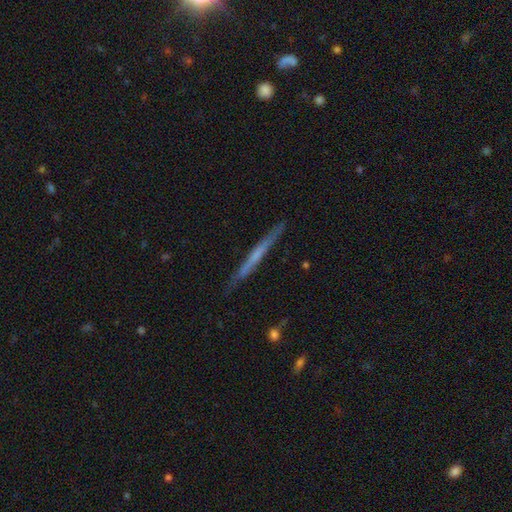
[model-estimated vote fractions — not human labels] Smooth or featured?
  - featured or disk: 56% *
  - smooth: 37%
  - star or artifact: 6%
Edge-on disk?
  - yes: 96% *
  - no: 4%
Edge-on bulge?
  - none: 79% *
  - rounded: 14%
  - boxy: 7%
Merging?
  - none: 88% *
  - minor disturbance: 9%
  - major disturbance: 2%
  - merger: 1%